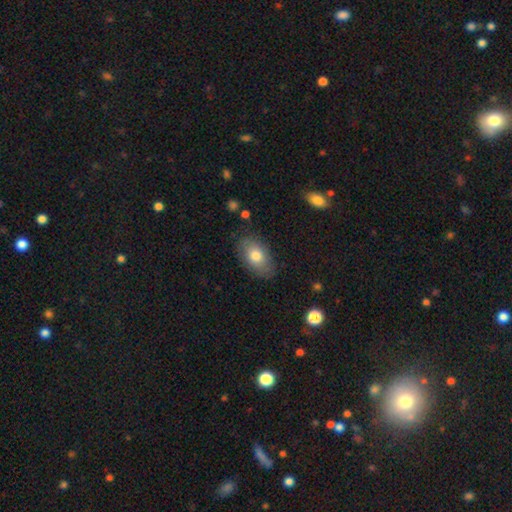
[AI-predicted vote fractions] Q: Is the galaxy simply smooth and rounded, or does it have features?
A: smooth — 75%.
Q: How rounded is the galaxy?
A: in between — 91%.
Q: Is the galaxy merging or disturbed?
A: none — 81%.